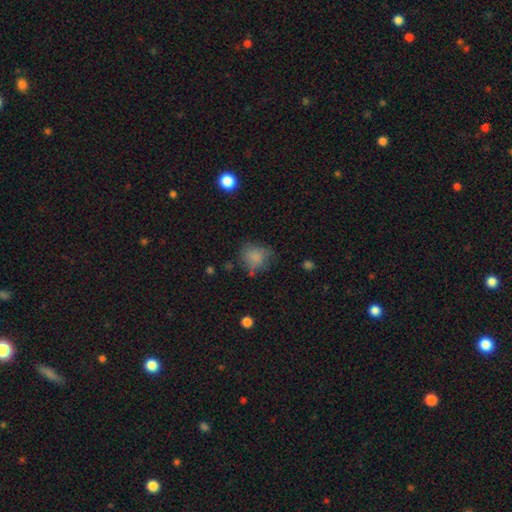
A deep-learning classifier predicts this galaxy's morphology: smooth_or_featured: smooth (p=0.74) [alt: featured or disk p=0.13]
how_rounded: round (p=0.63) [alt: in between p=0.36]
merging: none (p=0.51) [alt: minor disturbance p=0.28]